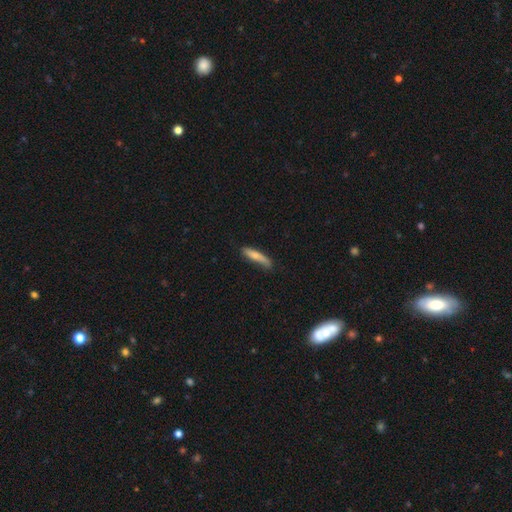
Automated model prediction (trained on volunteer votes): Smooth or featured: smooth — 72% (featured or disk — 22%)
How rounded: cigar-shaped — 85% (in between — 13%)
Merging: none — 71% (minor disturbance — 23%)